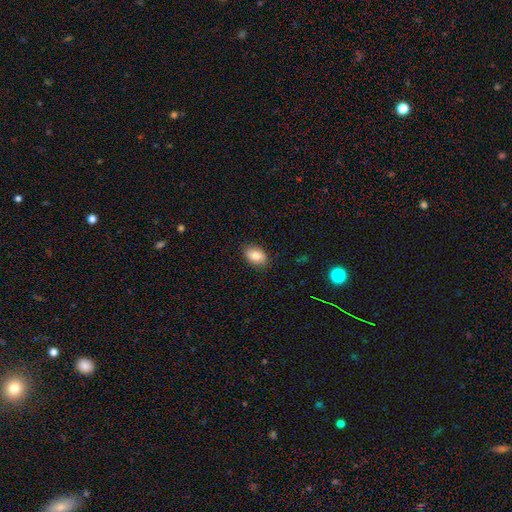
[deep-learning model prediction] A smooth galaxy with no disk features (81%) that is in between round and cigar-shaped (84%). Merging: none (86%).